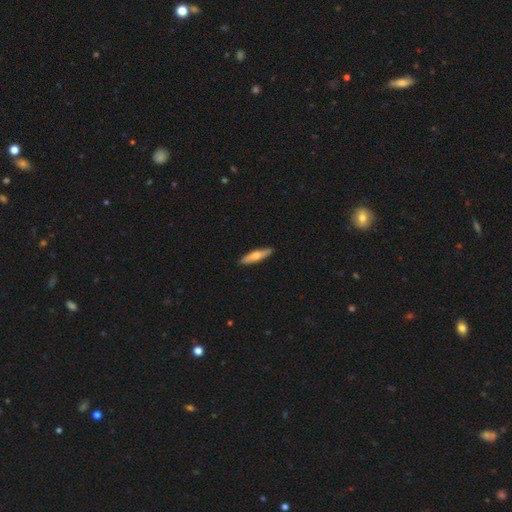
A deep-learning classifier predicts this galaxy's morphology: smooth 58%, featured or disk 37%, star or artifact 5%. Down the decision tree: how rounded — cigar-shaped (78%); merging — none (91%).